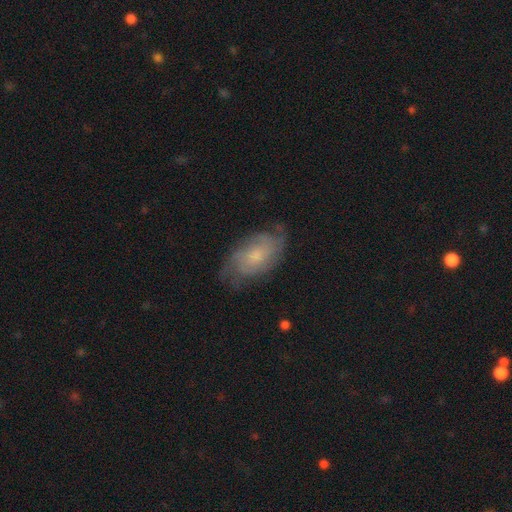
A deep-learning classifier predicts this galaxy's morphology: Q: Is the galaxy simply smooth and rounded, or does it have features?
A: featured or disk — 64%.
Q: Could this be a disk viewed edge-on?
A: no — 95%.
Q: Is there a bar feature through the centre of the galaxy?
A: no — 75%.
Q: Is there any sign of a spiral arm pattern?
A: yes — 87%.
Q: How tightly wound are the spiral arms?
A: tight — 49%.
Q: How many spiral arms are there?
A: can't tell — 48%.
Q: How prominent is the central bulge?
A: small — 48%.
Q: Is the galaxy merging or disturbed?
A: none — 68%.